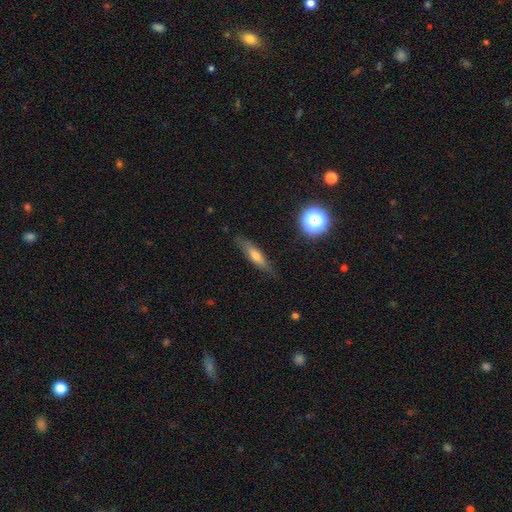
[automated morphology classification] A smooth galaxy with no disk features (54%) that is cigar-shaped (71%).

Vote fractions:
- Smooth or featured? smooth: 54% / featured or disk: 37% / star or artifact: 9%
- How rounded? cigar-shaped: 71% / in between: 26% / round: 3%
- Merging? none: 78% / minor disturbance: 16% / major disturbance: 4% / merger: 2%